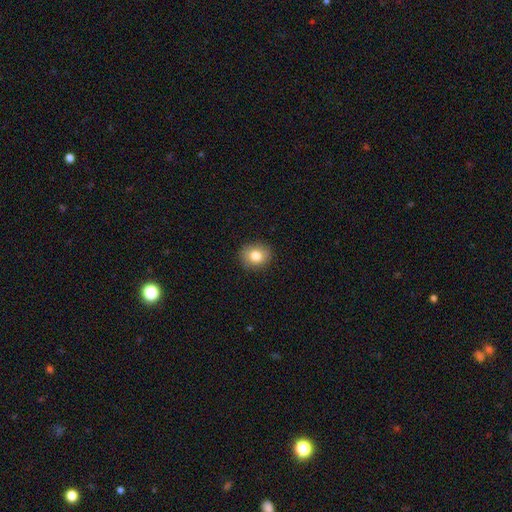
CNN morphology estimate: Smooth or featured? Predicted: smooth (p=0.81). How rounded? Predicted: round (p=0.71). Merging? Predicted: none (p=0.90).